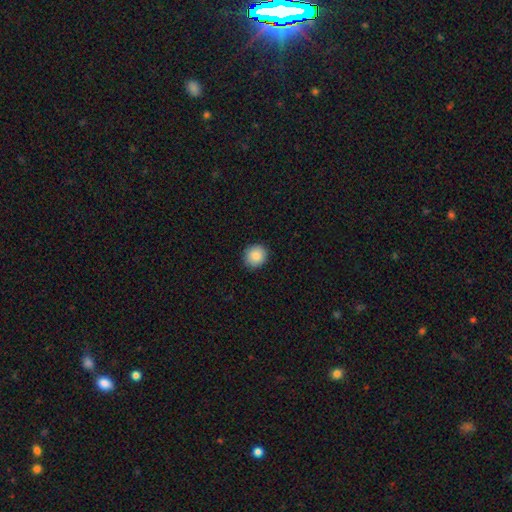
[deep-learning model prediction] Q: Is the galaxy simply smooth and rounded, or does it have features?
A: smooth — 87%.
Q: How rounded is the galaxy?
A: round — 88%.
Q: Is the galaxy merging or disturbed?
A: none — 90%.